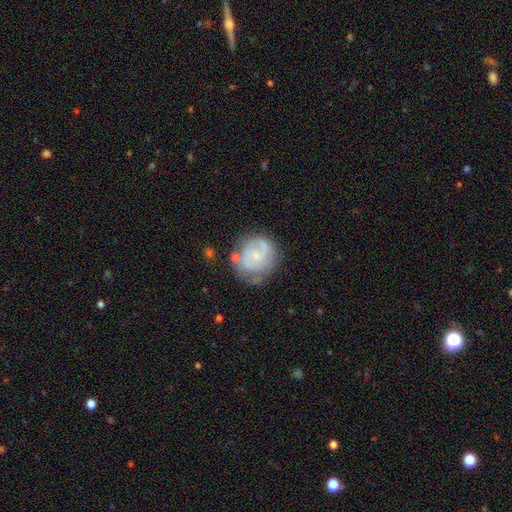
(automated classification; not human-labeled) smooth_or_featured: featured or disk (p=0.66) [alt: smooth p=0.27]
disk_edge_on: no (p=0.98) [alt: yes p=0.02]
bar: no (p=0.65) [alt: weak p=0.30]
has_spiral_arms: yes (p=0.82) [alt: no p=0.18]
spiral_winding: tight (p=0.49) [alt: medium p=0.37]
spiral_arm_count: 2 (p=0.49) [alt: can't tell p=0.28]
bulge_size: small (p=0.70) [alt: moderate p=0.19]
merging: none (p=0.64) [alt: minor disturbance p=0.21]